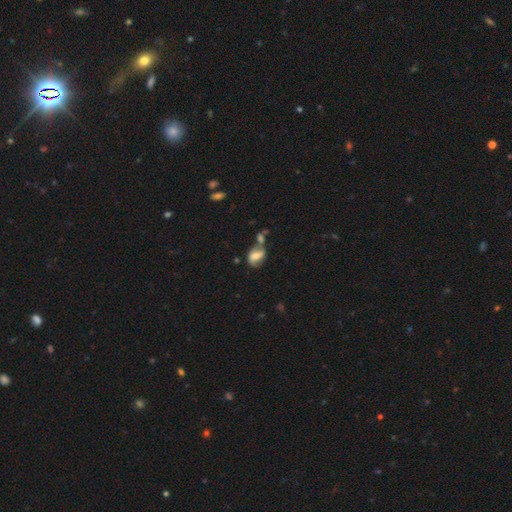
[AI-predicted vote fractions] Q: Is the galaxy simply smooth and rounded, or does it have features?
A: smooth — 51%.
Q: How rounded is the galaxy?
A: in between — 79%.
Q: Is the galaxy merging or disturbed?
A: merger — 34%.